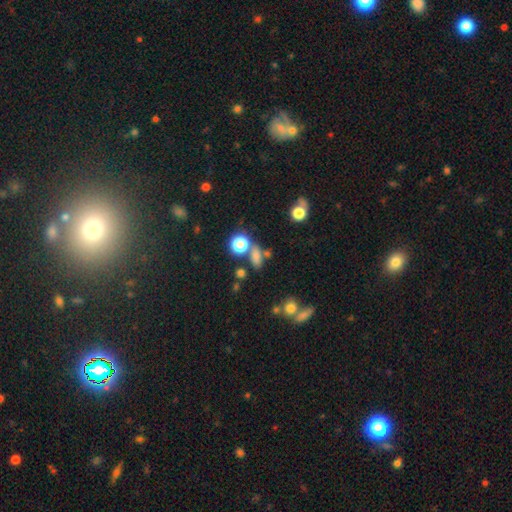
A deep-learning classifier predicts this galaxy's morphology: Smooth or featured? Predicted: smooth (p=0.72). How rounded? Predicted: in between (p=0.55). Merging? Predicted: none (p=0.63).